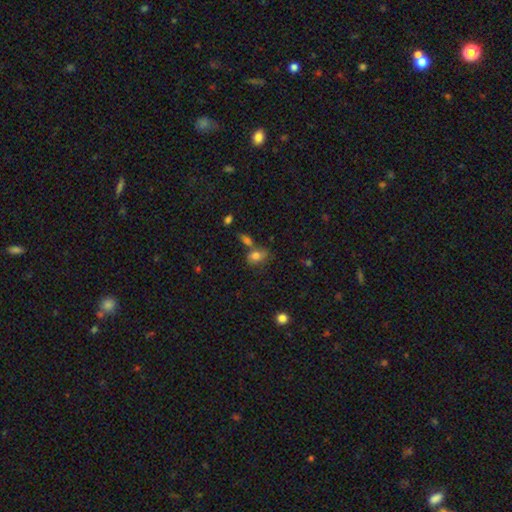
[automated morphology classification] Smooth or featured: smooth — 61% (star or artifact — 27%)
How rounded: in between — 55% (round — 42%)
Merging: none — 57% (merger — 24%)